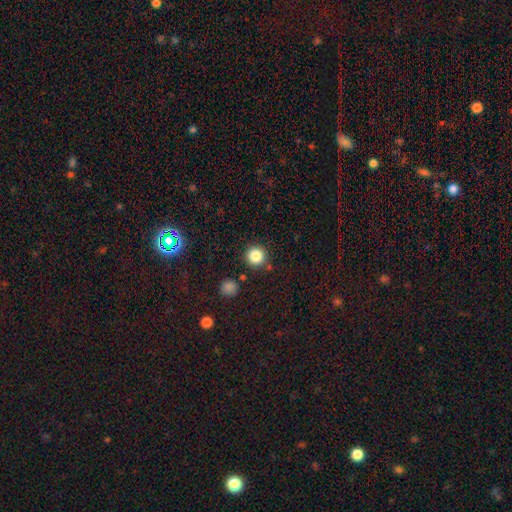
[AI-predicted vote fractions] Smooth or featured: smooth — 84% (star or artifact — 12%)
How rounded: round — 95% (in between — 4%)
Merging: none — 86% (minor disturbance — 7%)